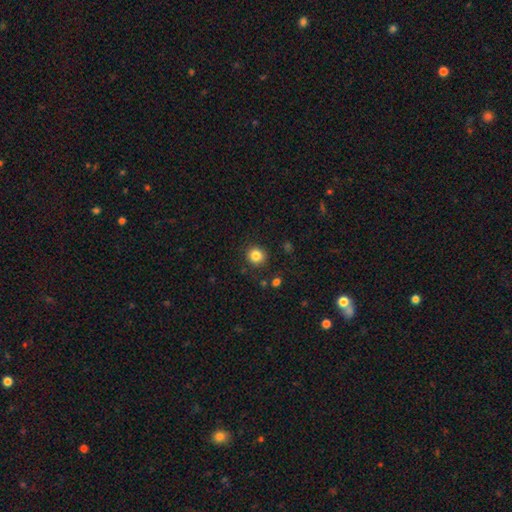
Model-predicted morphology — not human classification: This appears to be a smooth galaxy with no disk features (84%) that is round (90%). Merging: none (89%).